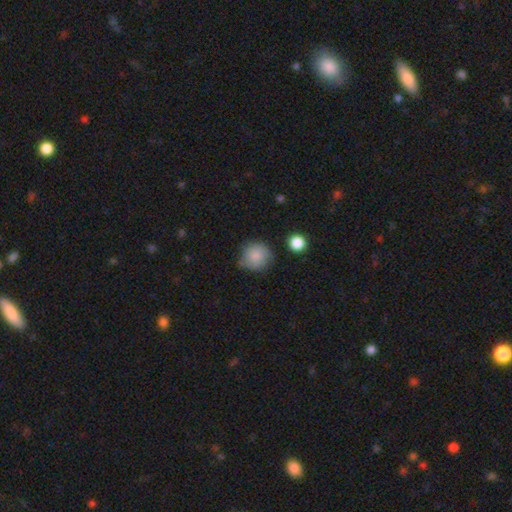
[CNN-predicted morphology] Q: Smooth or featured?
A: smooth (85%); runner-up: star or artifact (8%)
Q: How rounded?
A: round (88%); runner-up: in between (11%)
Q: Merging?
A: none (65%); runner-up: minor disturbance (26%)